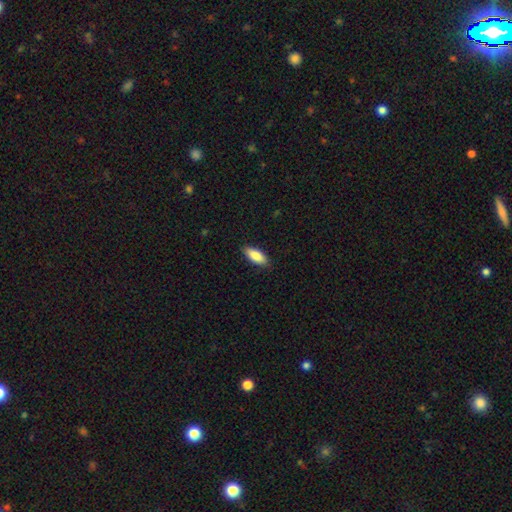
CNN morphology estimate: Smooth or featured: smooth — 85% (featured or disk — 10%)
How rounded: in between — 83% (cigar-shaped — 15%)
Merging: none — 86% (minor disturbance — 11%)